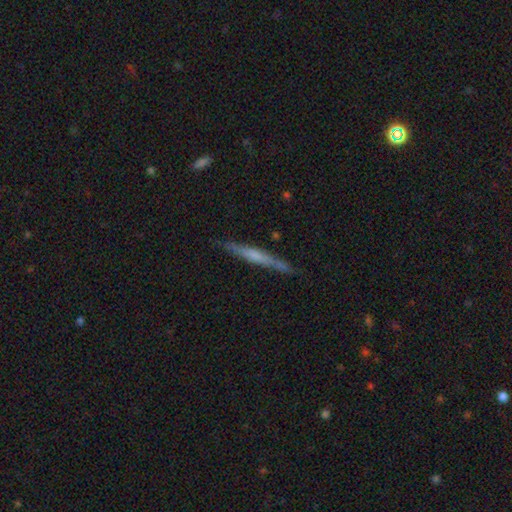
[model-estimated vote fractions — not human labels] A featured or disk galaxy (57%) viewed edge-on (96%) with no central bulge (49%). Merging: none (84%).